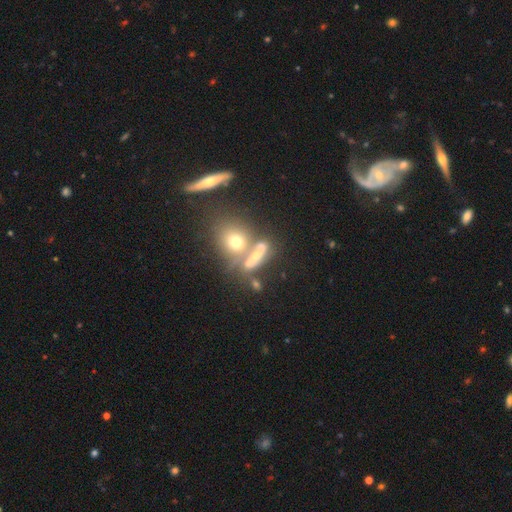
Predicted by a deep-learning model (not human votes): smooth-or-featured: smooth: 54% | featured or disk: 31% | star or artifact: 15%
  how-rounded: in between: 42% | round: 29% | cigar-shaped: 28%
  merging: none: 43% | merger: 38% | minor disturbance: 12% | major disturbance: 7%